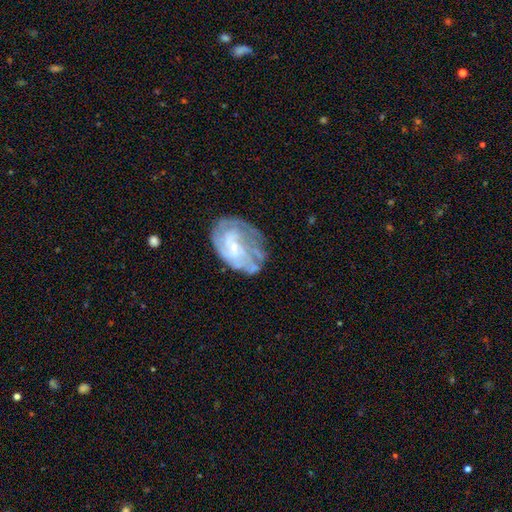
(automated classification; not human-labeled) This appears to be a featured or disk galaxy (69%) with no bar (60%), spiral arms (72%) and a small central bulge (63%). Merging: none (55%).